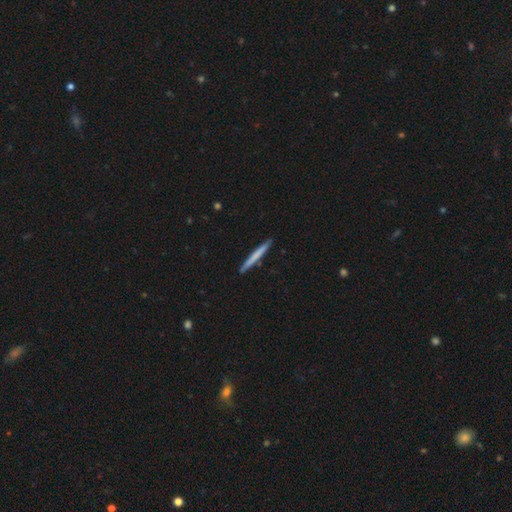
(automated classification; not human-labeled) This appears to be a smooth galaxy with no disk features (64%) that is cigar-shaped (97%). Merging: none (91%).